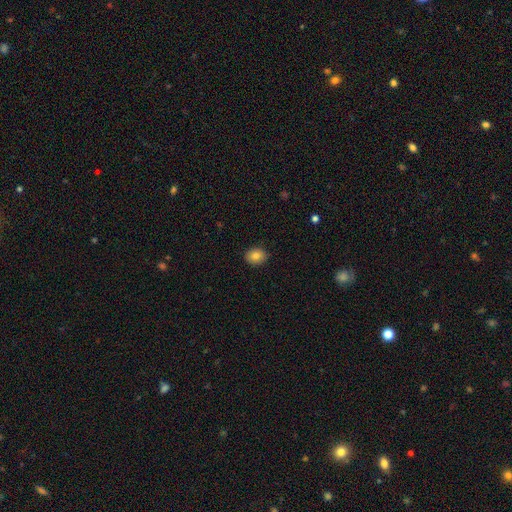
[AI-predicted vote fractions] Smooth or featured? smooth (82%)
How rounded? in between (50%)
Merging? none (88%)